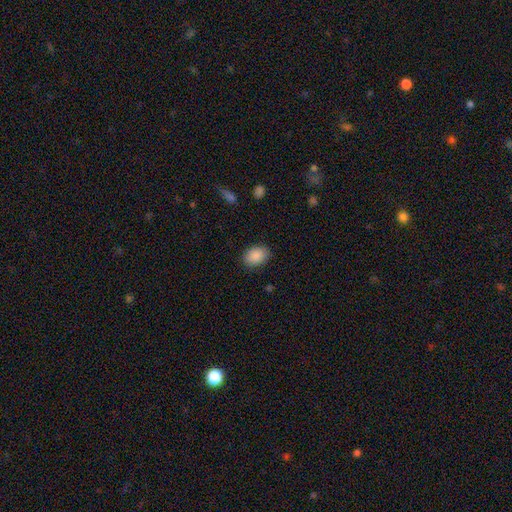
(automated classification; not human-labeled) smooth 89%, star or artifact 7%, featured or disk 4%. Down the decision tree: how rounded — in between (77%); merging — none (86%).